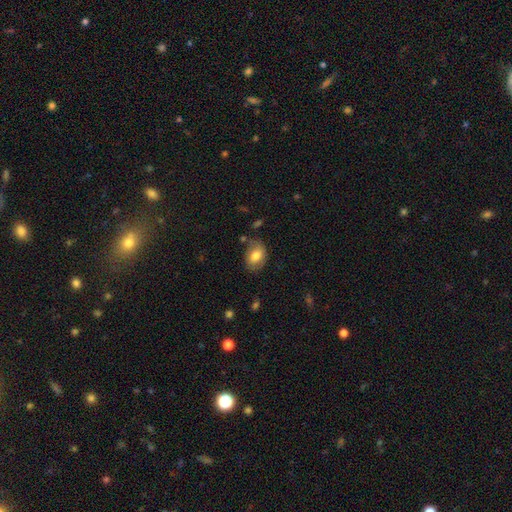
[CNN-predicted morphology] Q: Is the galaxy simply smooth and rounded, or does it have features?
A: smooth — 75%.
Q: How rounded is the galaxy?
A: in between — 75%.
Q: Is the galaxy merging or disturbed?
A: none — 69%.